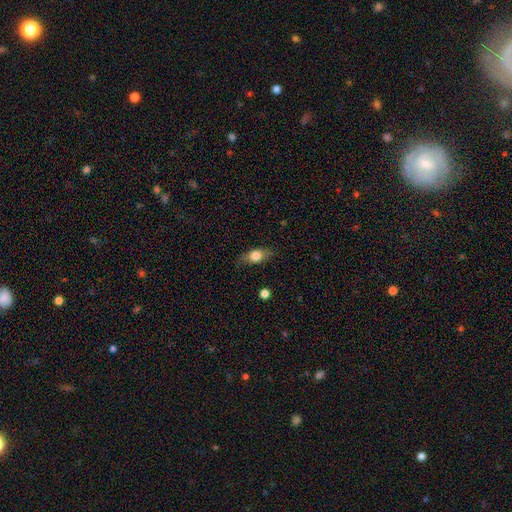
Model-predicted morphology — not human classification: smooth_or_featured: smooth (p=0.70) [alt: featured or disk p=0.22]
how_rounded: in between (p=0.74) [alt: round p=0.16]
merging: none (p=0.76) [alt: minor disturbance p=0.18]